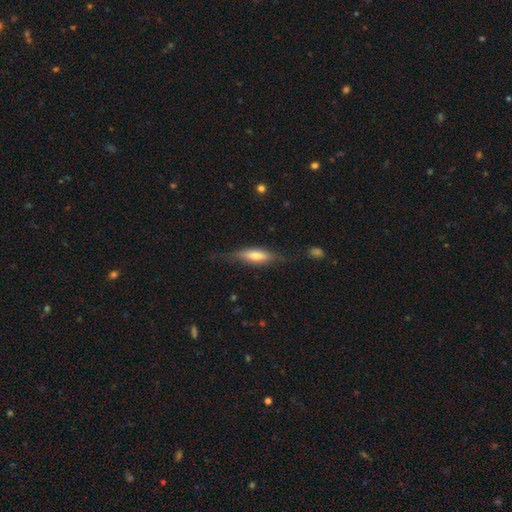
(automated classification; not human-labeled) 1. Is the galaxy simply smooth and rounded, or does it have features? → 50% smooth, 44% featured or disk, 6% star or artifact.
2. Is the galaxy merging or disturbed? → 70% none, 21% minor disturbance, 8% major disturbance, 2% merger.